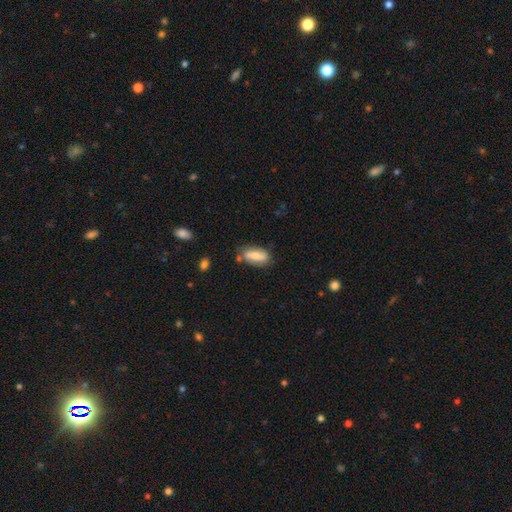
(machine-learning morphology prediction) Q: Smooth or featured?
A: smooth (68%); runner-up: featured or disk (25%)
Q: How rounded?
A: in between (81%); runner-up: cigar-shaped (16%)
Q: Merging?
A: none (69%); runner-up: minor disturbance (20%)